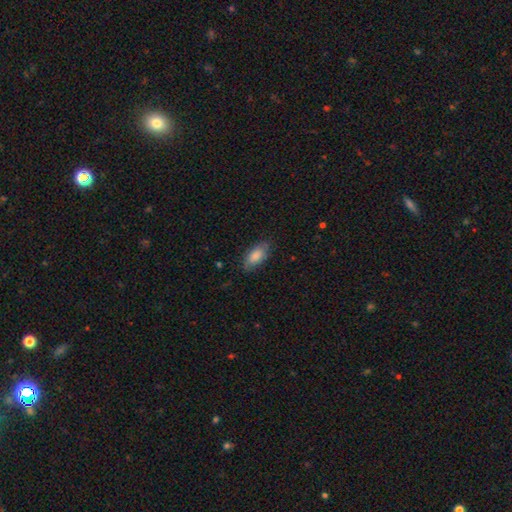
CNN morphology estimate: This appears to be a smooth galaxy with no disk features (82%) that is in between round and cigar-shaped (89%). Merging: none (78%).